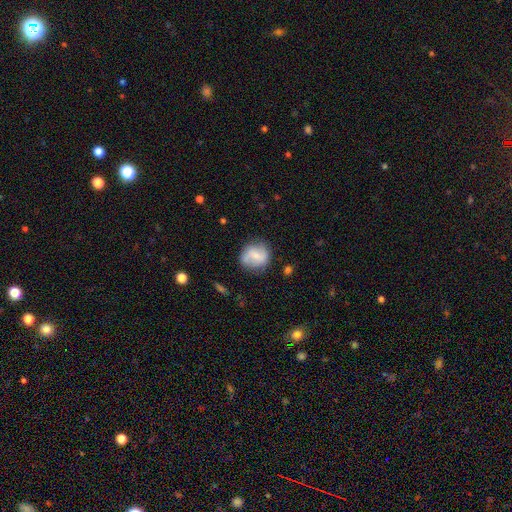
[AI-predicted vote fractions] Smooth or featured? smooth (48%)
Merging? none (73%)